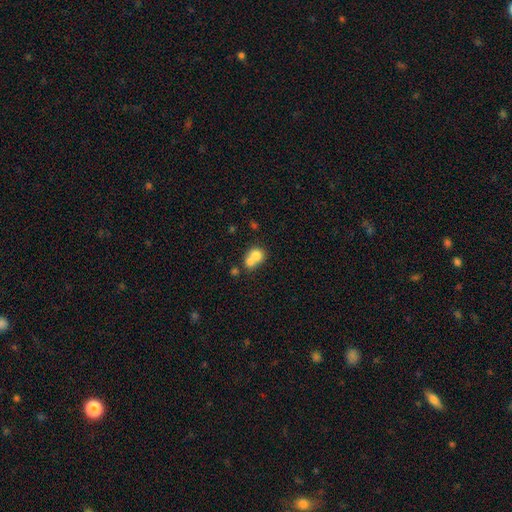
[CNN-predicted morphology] smooth_or_featured: smooth (p=0.74) [alt: featured or disk p=0.16]
how_rounded: round (p=0.74) [alt: in between p=0.25]
merging: merger (p=0.64) [alt: none p=0.27]